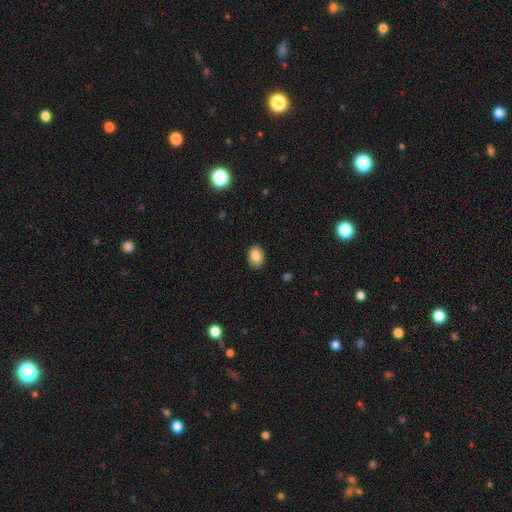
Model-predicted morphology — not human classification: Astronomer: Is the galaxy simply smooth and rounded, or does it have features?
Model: smooth — 86%.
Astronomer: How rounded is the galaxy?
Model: in between — 77%.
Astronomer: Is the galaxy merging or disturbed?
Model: none — 89%.